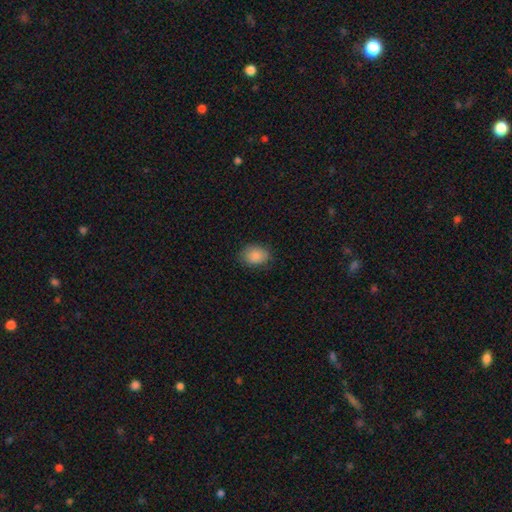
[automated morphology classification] smooth 87%, star or artifact 8%, featured or disk 5%. Down the decision tree: how rounded — in between (64%); merging — none (79%).